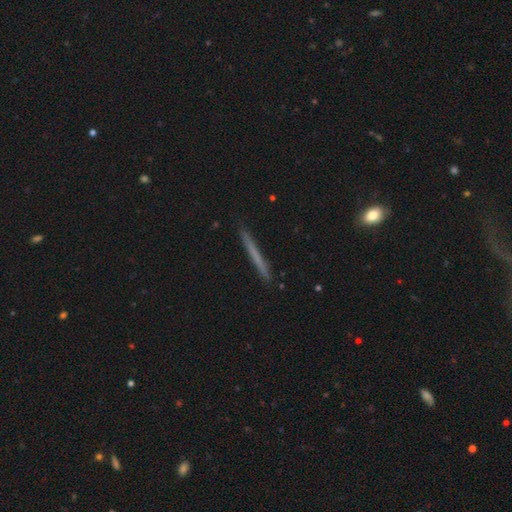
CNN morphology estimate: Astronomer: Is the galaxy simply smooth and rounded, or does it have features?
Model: smooth — 55% (runner-up: featured or disk, 39%).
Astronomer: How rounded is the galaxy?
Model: cigar-shaped — 97%.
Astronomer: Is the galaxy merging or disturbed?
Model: none — 91%.